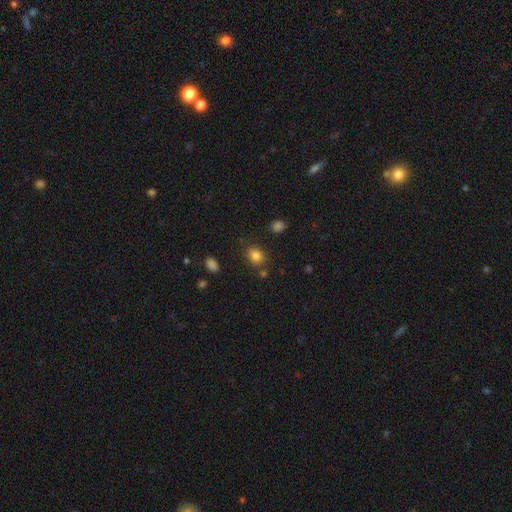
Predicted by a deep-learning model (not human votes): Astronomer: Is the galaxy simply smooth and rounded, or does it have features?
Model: smooth — 83%.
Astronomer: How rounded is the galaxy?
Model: round — 51% (runner-up: in between, 48%).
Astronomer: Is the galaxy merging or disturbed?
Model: none — 81%.